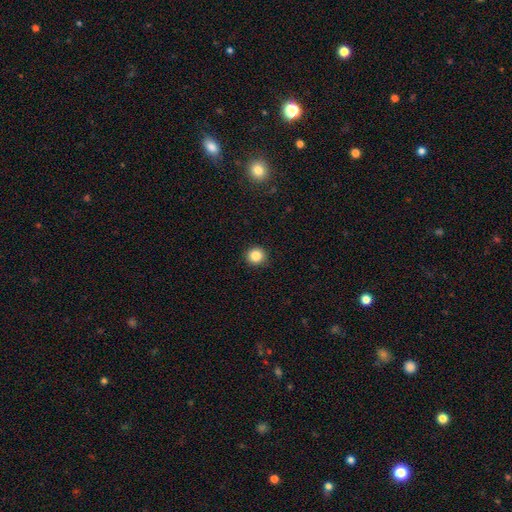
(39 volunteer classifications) smooth_or_featured: smooth (p=0.87) [alt: star or artifact p=0.08]
how_rounded: round (p=0.94) [alt: in between p=0.06]
merging: none (p=0.86) [alt: minor disturbance p=0.11]